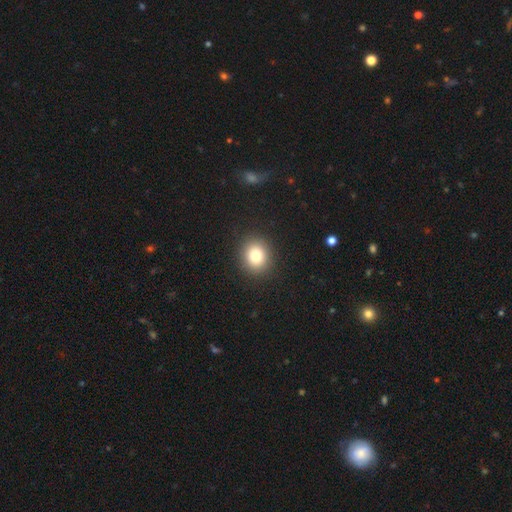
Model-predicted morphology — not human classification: type=smooth (80%); roundness=round (78%); merging=none (90%).